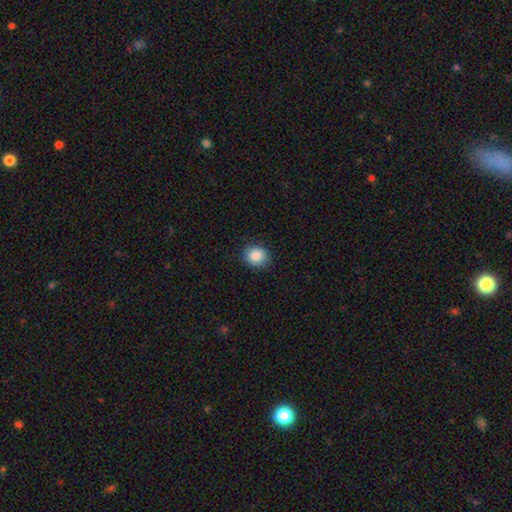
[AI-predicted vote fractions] Smooth or featured? smooth (87%)
How rounded? round (73%)
Merging? none (86%)